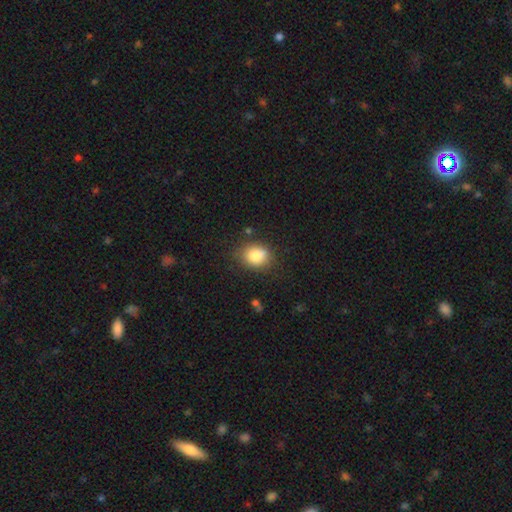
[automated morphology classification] Overall: smooth (81%). How rounded: round (56%; in between 43%). Merging: none (71%).